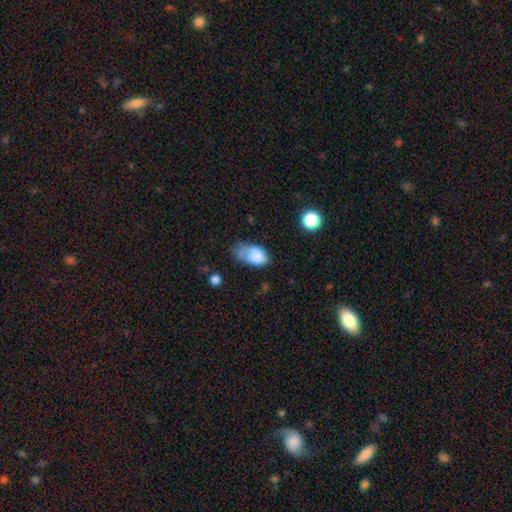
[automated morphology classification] A smooth galaxy with no disk features (72%) that is in between round and cigar-shaped (91%). Merging: minor disturbance (33%).